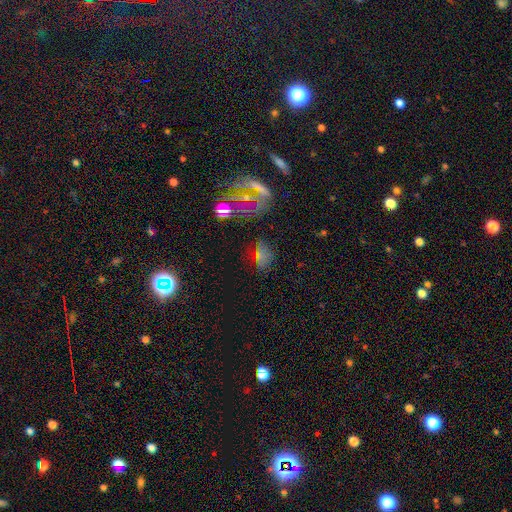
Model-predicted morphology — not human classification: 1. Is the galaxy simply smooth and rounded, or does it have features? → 46% smooth, 29% star or artifact, 24% featured or disk.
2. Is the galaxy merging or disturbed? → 58% none, 22% minor disturbance, 14% major disturbance, 6% merger.